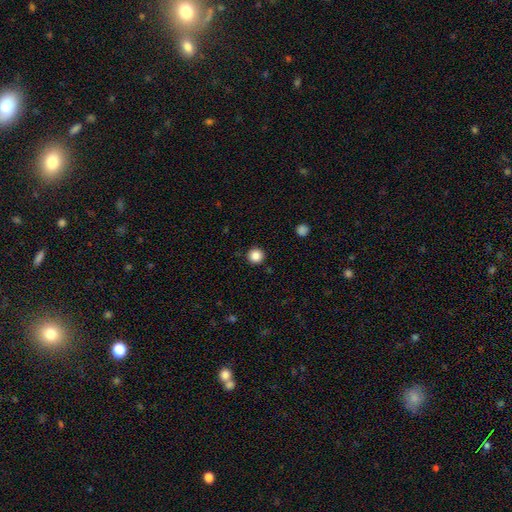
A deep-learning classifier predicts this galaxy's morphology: This appears to be a smooth galaxy with no disk features (86%) that is round (96%). Merging: none (92%).